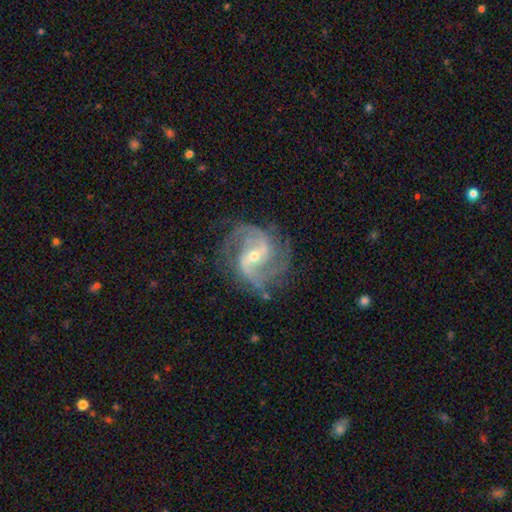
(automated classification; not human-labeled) A featured or disk galaxy (91%) with a weak bar (44%), 2 (65%) medium (53%) spiral arms (98%) and a small central bulge (57%). Merging: none (77%).